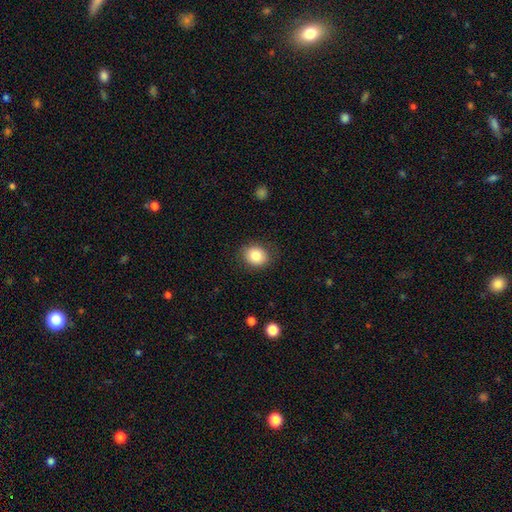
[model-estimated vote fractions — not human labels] Overall: smooth (84%). How rounded: round (66%; in between 34%). Merging: none (85%).